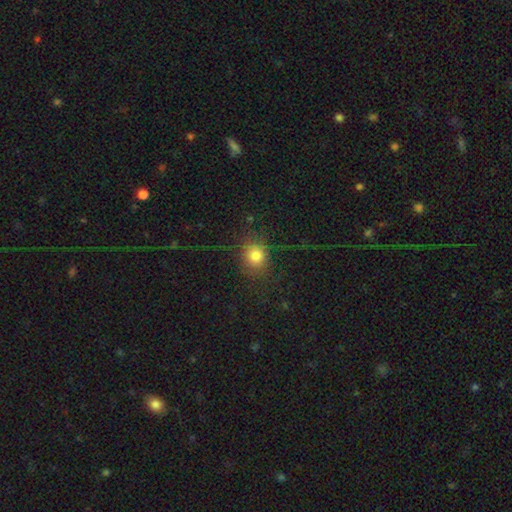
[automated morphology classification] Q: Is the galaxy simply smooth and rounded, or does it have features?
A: smooth — 70%.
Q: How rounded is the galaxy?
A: round — 74%.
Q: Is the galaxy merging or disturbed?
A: none — 72%.